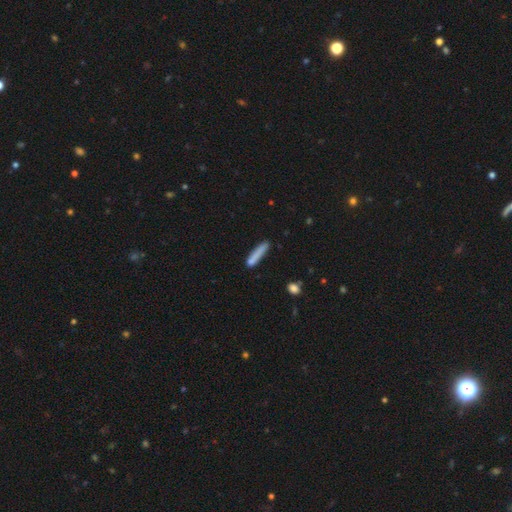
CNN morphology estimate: Smooth or featured: smooth — 81% (featured or disk — 12%)
How rounded: cigar-shaped — 91% (in between — 7%)
Merging: none — 76% (minor disturbance — 16%)